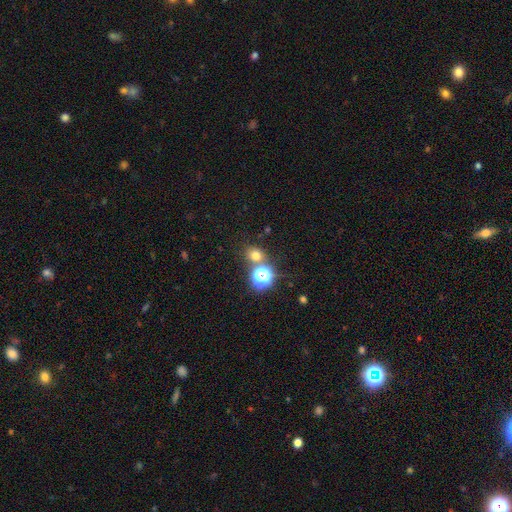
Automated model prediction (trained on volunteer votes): This appears to be a smooth galaxy with no disk features (68%) that is round (74%). Merging: none (71%).